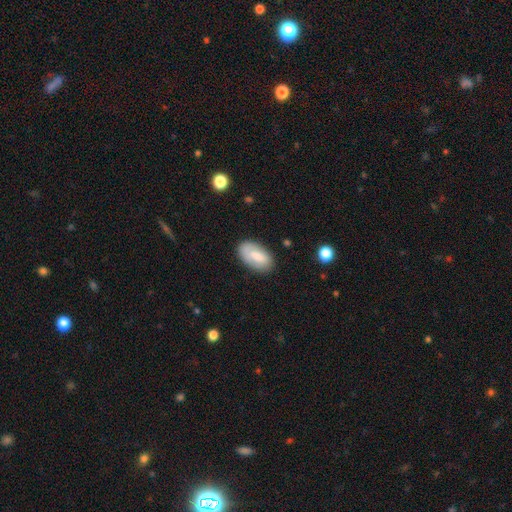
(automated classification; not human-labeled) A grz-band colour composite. It shows a smooth galaxy with no disk features (78%) that is in between round and cigar-shaped (95%). Merging: none (75%).